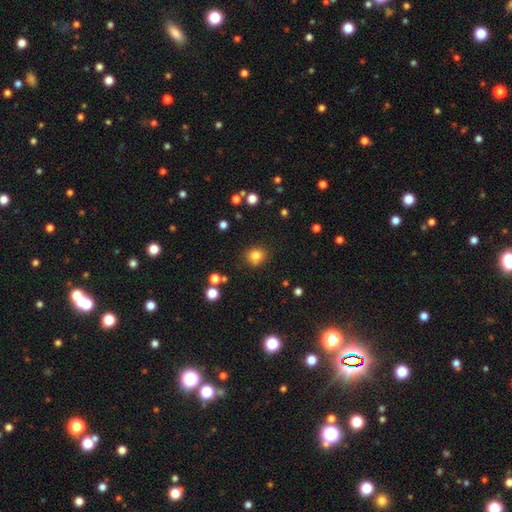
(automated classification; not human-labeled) Smooth or featured? smooth (81%)
How rounded? round (83%)
Merging? none (83%)